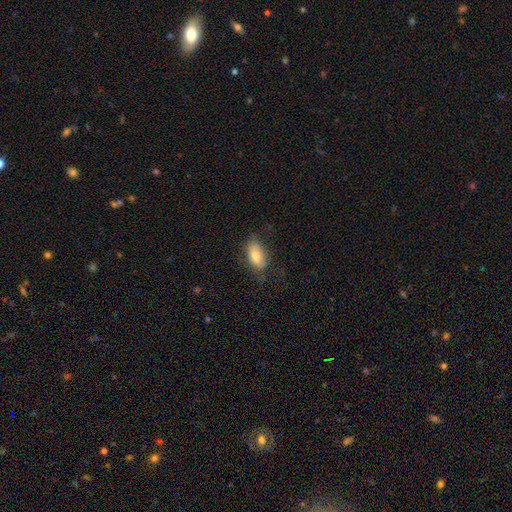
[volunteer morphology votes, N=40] Smooth or featured? smooth (75%)
How rounded? in between (77%)
Merging? none (59%)